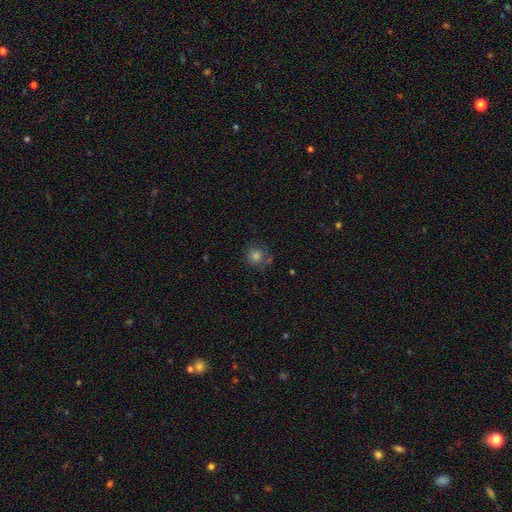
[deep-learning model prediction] Q: Smooth or featured?
A: smooth (77%); runner-up: star or artifact (14%)
Q: How rounded?
A: round (91%); runner-up: in between (8%)
Q: Merging?
A: none (70%); runner-up: minor disturbance (17%)